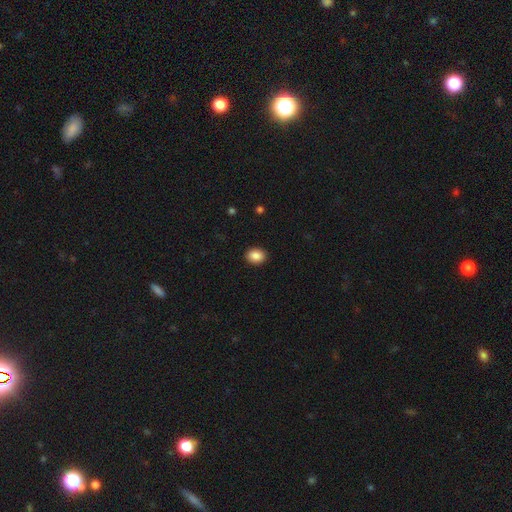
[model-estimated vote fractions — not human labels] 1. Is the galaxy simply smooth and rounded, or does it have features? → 88% smooth, 8% star or artifact, 4% featured or disk.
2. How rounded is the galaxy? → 62% in between, 37% round, 1% cigar-shaped.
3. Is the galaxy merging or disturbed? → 91% none, 6% minor disturbance, 2% major disturbance, 1% merger.